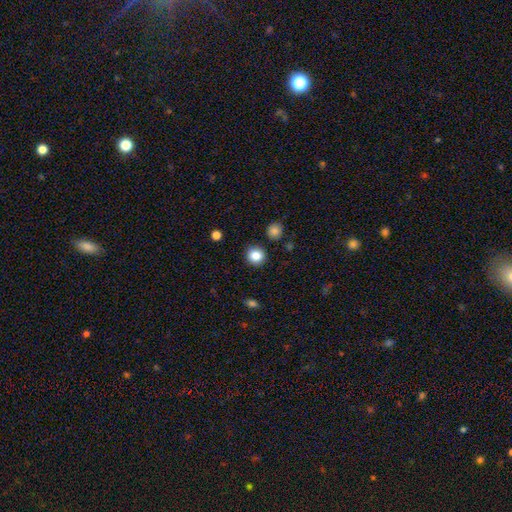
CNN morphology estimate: This appears to be a smooth galaxy with no disk features (85%) that is round (91%). Merging: none (90%).